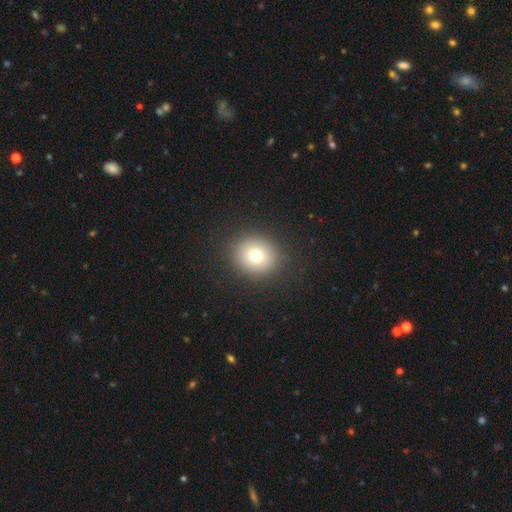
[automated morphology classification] Smooth or featured?
  - smooth: 75% *
  - star or artifact: 13%
  - featured or disk: 12%
How rounded?
  - round: 84% *
  - in between: 15%
  - cigar-shaped: 1%
Merging?
  - none: 90% *
  - minor disturbance: 6%
  - major disturbance: 3%
  - merger: 1%